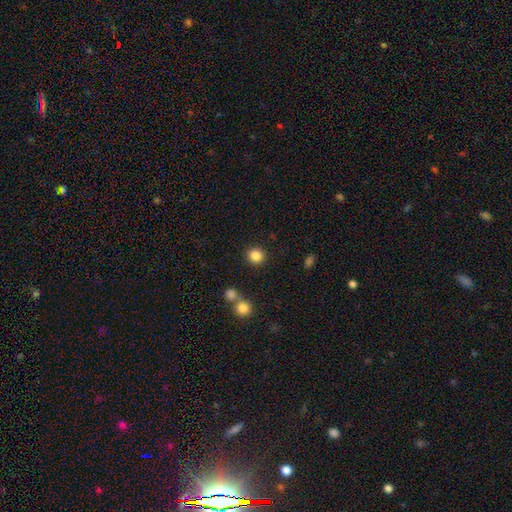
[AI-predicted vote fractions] A smooth galaxy with no disk features (85%) that is round (92%).

Vote fractions:
- Smooth or featured? smooth: 85% / star or artifact: 11% / featured or disk: 4%
- How rounded? round: 92% / in between: 7% / cigar-shaped: 1%
- Merging? none: 88% / minor disturbance: 6% / merger: 4% / major disturbance: 2%